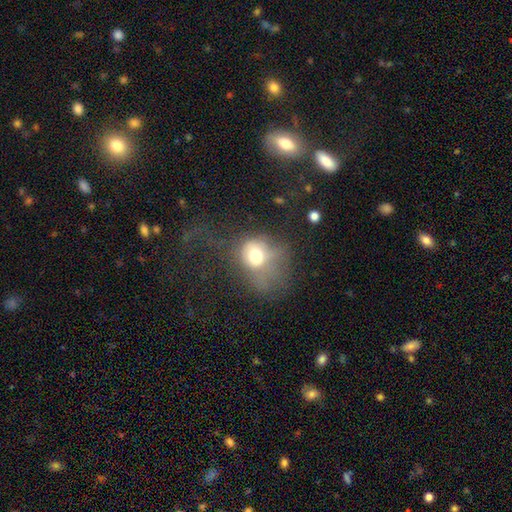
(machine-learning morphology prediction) This appears to be a smooth galaxy with no disk features (64%) that is round (59%). Merging: major disturbance (54%).